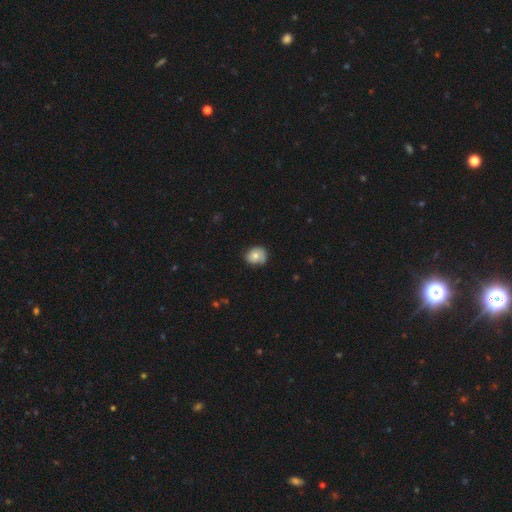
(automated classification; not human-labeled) A smooth galaxy with no disk features (71%) that is round (74%). Merging: none (65%).